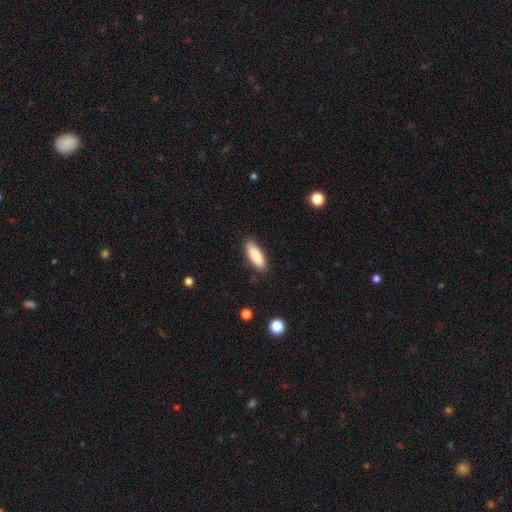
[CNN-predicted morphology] Smooth or featured: smooth — 88% (featured or disk — 7%)
How rounded: in between — 65% (cigar-shaped — 33%)
Merging: none — 84% (minor disturbance — 12%)